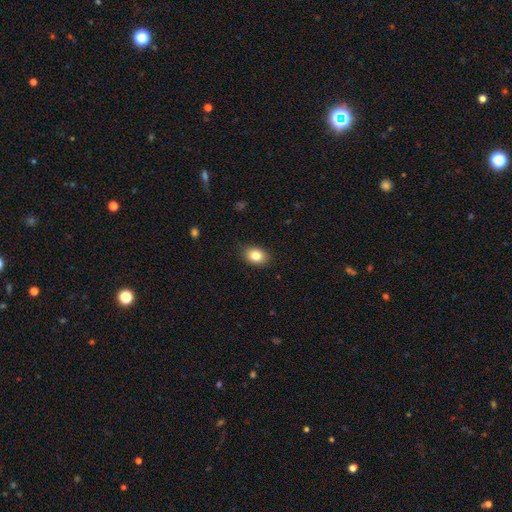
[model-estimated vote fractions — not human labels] smooth-or-featured: smooth: 83% | star or artifact: 9% | featured or disk: 8%
  how-rounded: in between: 71% | round: 28% | cigar-shaped: 1%
  merging: none: 85% | minor disturbance: 12% | major disturbance: 2% | merger: 1%